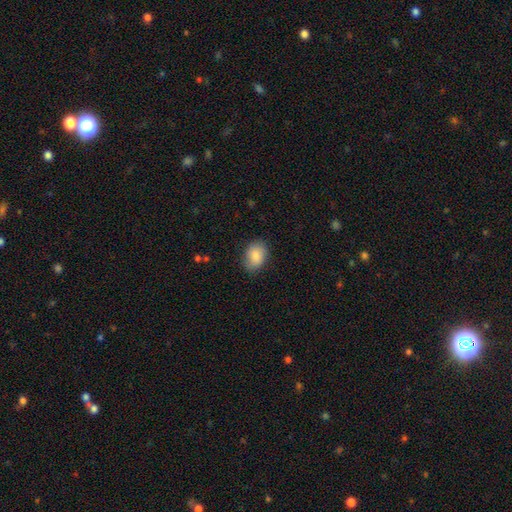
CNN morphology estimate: Smooth or featured: smooth — 87% (star or artifact — 7%)
How rounded: in between — 75% (round — 24%)
Merging: none — 81% (minor disturbance — 15%)